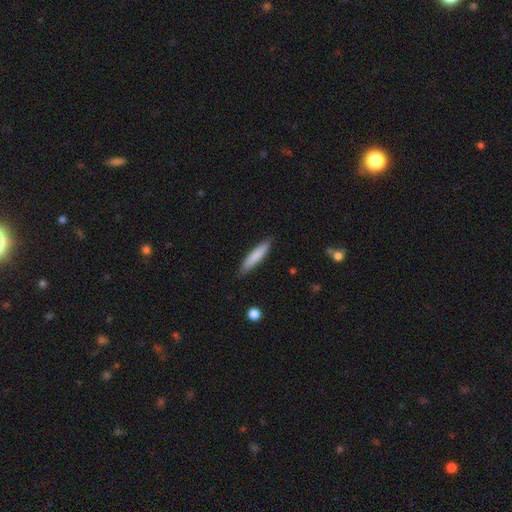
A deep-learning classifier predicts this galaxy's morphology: Smooth or featured? Predicted: smooth (p=0.80). How rounded? Predicted: cigar-shaped (p=0.87). Merging? Predicted: none (p=0.87).